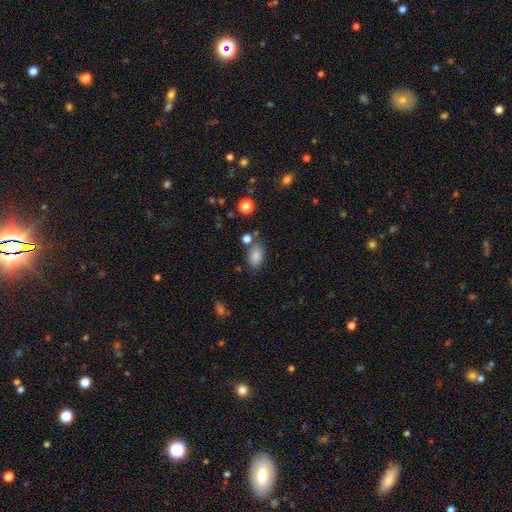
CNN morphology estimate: This appears to be a smooth galaxy with no disk features (84%) that is in between round and cigar-shaped (86%). Merging: none (71%).